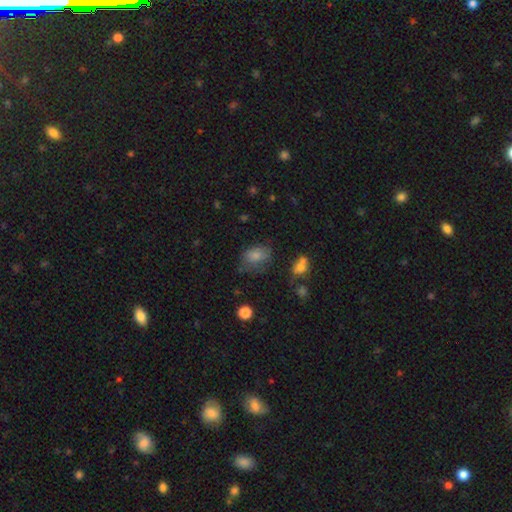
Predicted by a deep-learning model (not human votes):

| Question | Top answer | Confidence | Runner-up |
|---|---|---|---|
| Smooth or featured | smooth | 77% | featured or disk (12%) |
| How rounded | in between | 77% | round (22%) |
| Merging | none | 57% | minor disturbance (27%) |